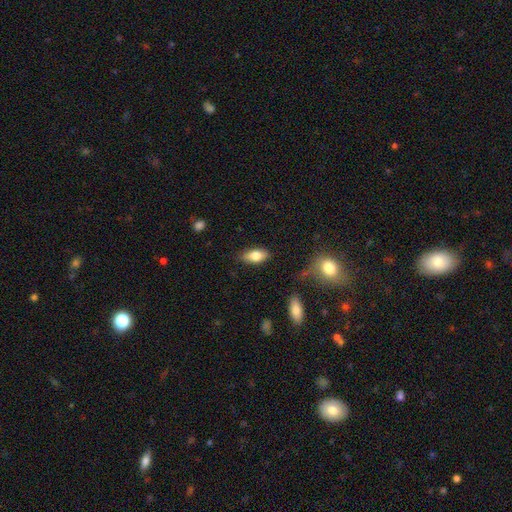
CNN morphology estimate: Smooth or featured?
  - smooth: 77% *
  - featured or disk: 16%
  - star or artifact: 7%
How rounded?
  - in between: 86% *
  - cigar-shaped: 11%
  - round: 3%
Merging?
  - none: 84% *
  - minor disturbance: 12%
  - major disturbance: 3%
  - merger: 2%